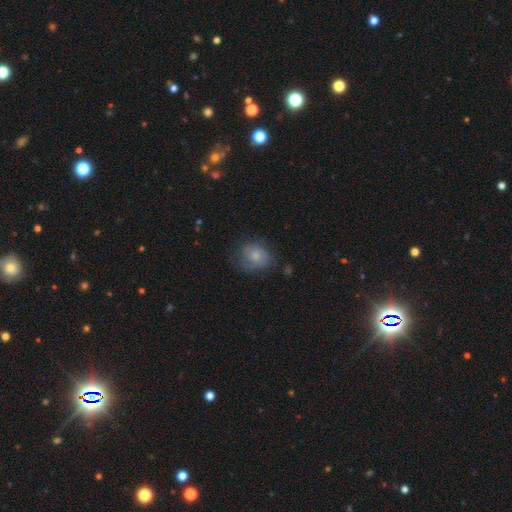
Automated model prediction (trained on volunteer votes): Smooth or featured?
  - smooth: 63% *
  - featured or disk: 29%
  - star or artifact: 9%
How rounded?
  - round: 70% *
  - in between: 29%
  - cigar-shaped: 1%
Merging?
  - none: 61% *
  - minor disturbance: 26%
  - major disturbance: 12%
  - merger: 2%